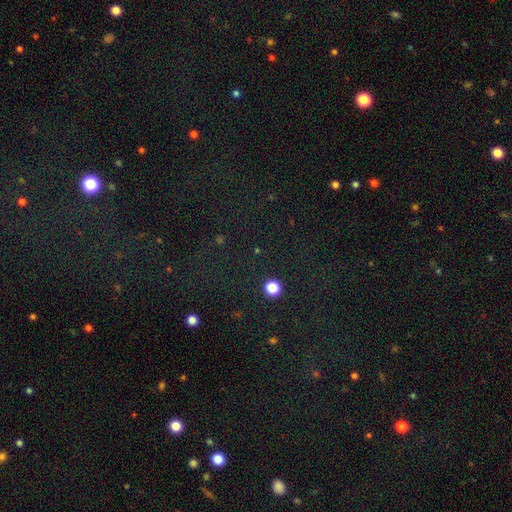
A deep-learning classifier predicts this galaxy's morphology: smooth-or-featured: star or artifact: 73% | smooth: 17% | featured or disk: 10%